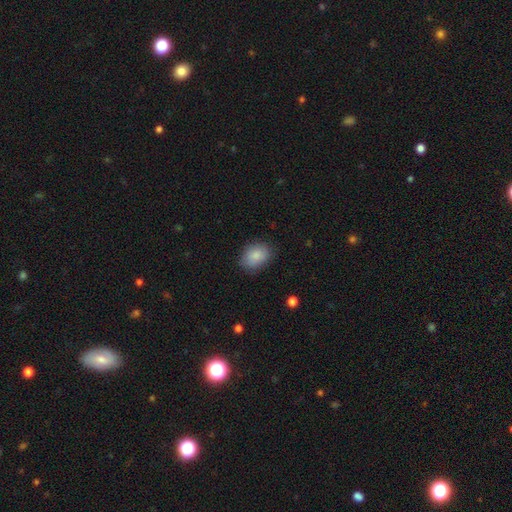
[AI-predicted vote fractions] Morphology: type=smooth (87%); roundness=in between (72%); merging=none (81%).